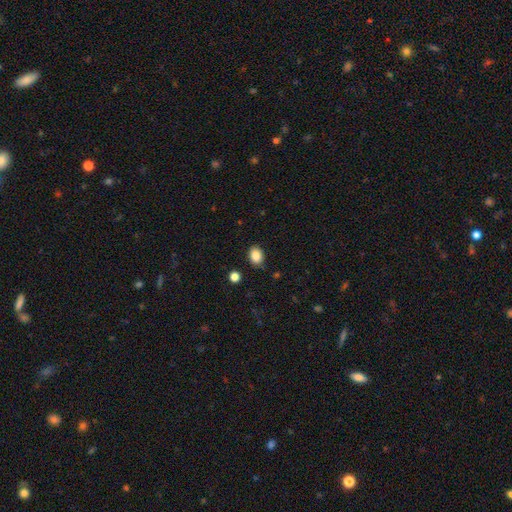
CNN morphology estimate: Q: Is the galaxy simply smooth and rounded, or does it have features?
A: smooth — 87%.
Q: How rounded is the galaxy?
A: in between — 67%.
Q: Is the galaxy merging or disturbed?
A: none — 85%.